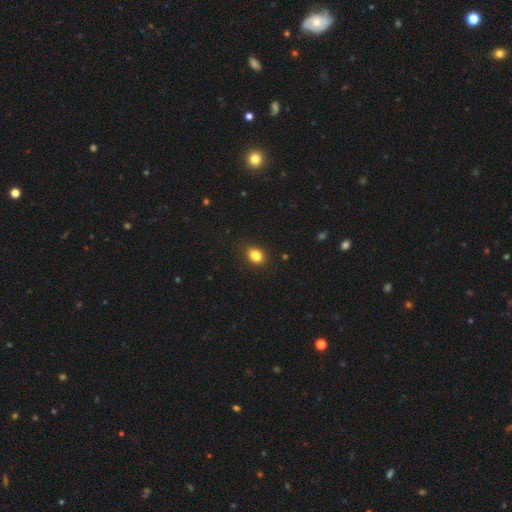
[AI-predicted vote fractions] Smooth or featured?
  - smooth: 84% *
  - star or artifact: 11%
  - featured or disk: 5%
How rounded?
  - in between: 74% *
  - round: 24%
  - cigar-shaped: 2%
Merging?
  - none: 83% *
  - minor disturbance: 13%
  - major disturbance: 3%
  - merger: 2%